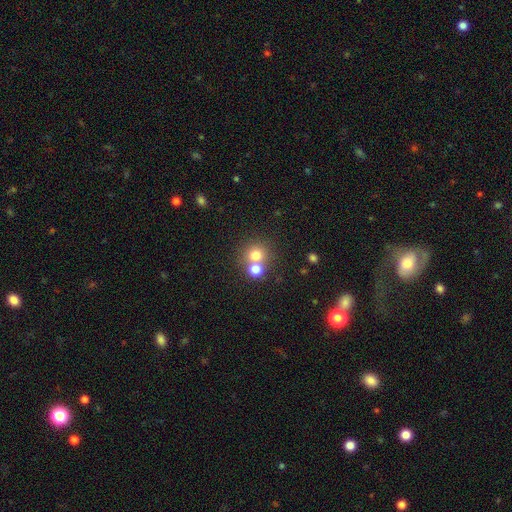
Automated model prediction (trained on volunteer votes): A smooth galaxy with no disk features (74%) that is round (87%). Merging: none (49%).